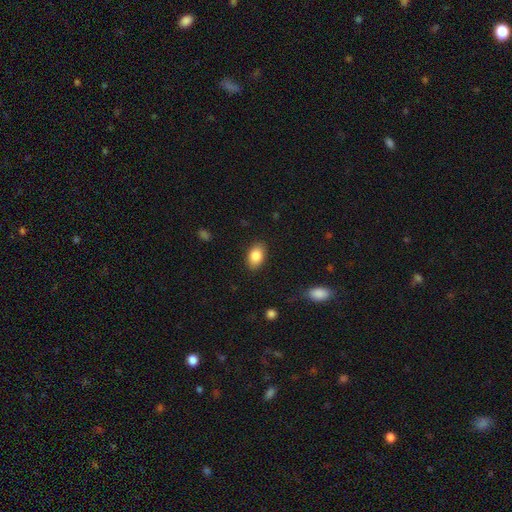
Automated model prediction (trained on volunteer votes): Smooth or featured: smooth — 85% (star or artifact — 7%)
How rounded: in between — 88% (round — 11%)
Merging: none — 87% (minor disturbance — 10%)